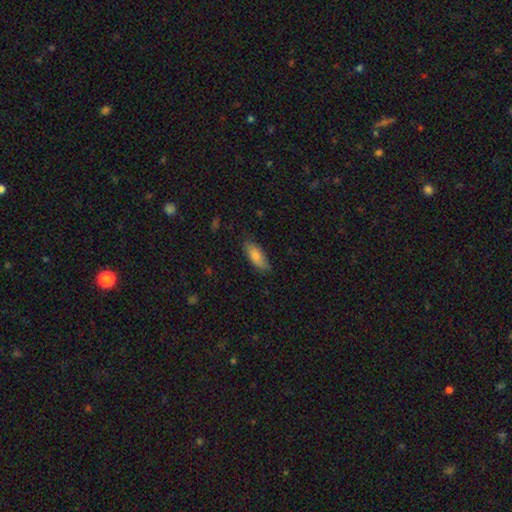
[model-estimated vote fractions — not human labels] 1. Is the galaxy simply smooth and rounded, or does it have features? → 81% smooth, 13% featured or disk, 6% star or artifact.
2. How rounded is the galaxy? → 76% in between, 22% cigar-shaped, 2% round.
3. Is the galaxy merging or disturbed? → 82% none, 14% minor disturbance, 2% major disturbance, 1% merger.